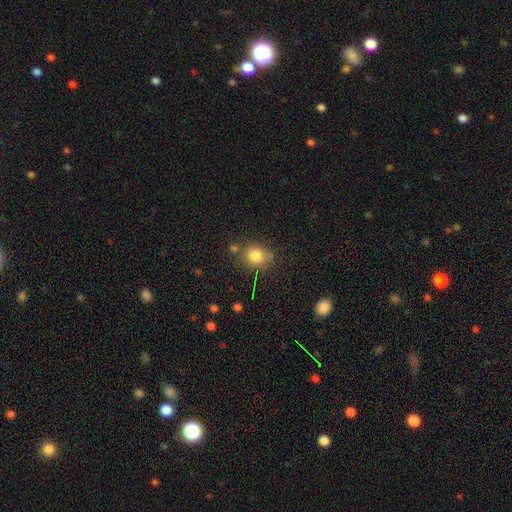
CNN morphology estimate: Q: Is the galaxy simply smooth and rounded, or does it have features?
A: smooth — 81%.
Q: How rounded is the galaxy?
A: round — 66%.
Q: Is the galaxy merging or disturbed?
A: none — 71%.